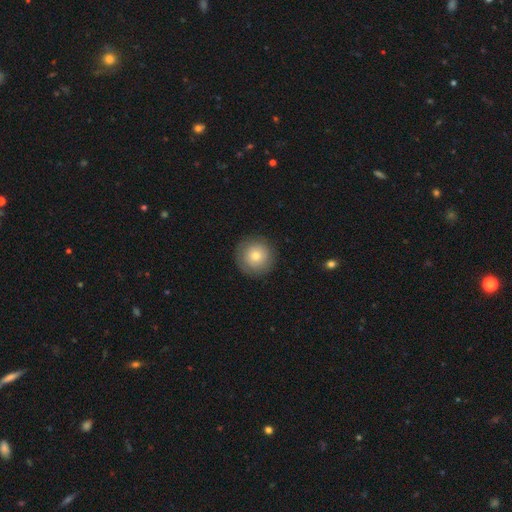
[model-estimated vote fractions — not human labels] The model was most divided on "smooth or featured": smooth: 71%, featured or disk: 21%, star or artifact: 9%. More confident: how rounded — round (95%); merging — none (88%).